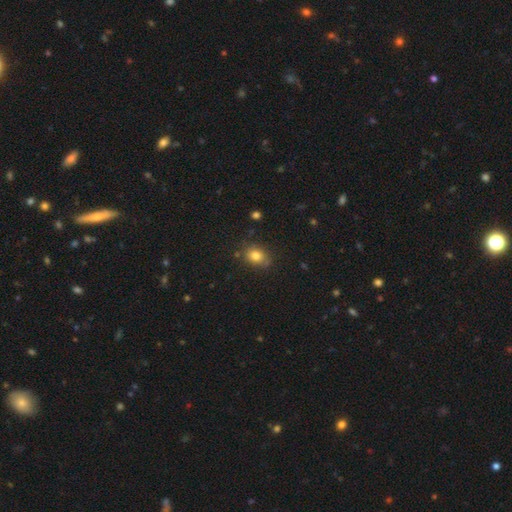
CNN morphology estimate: Q: Smooth or featured?
A: smooth (81%); runner-up: star or artifact (11%)
Q: How rounded?
A: in between (50%); runner-up: round (49%)
Q: Merging?
A: none (76%); runner-up: minor disturbance (17%)